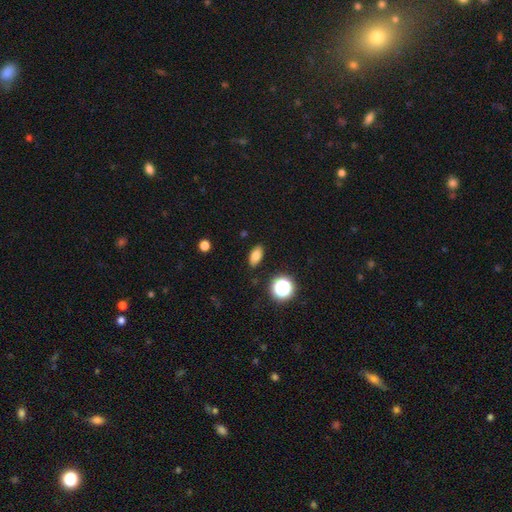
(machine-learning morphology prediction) Smooth or featured? Predicted: smooth (p=0.79). How rounded? Predicted: in between (p=0.85). Merging? Predicted: none (p=0.87).